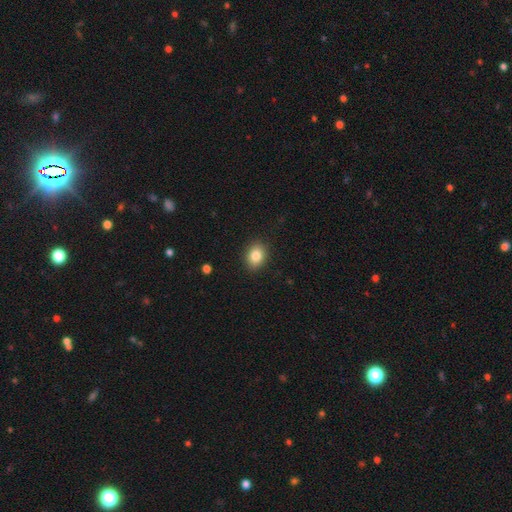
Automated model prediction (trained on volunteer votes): smooth_or_featured: smooth (p=0.84) [alt: star or artifact p=0.09]
how_rounded: in between (p=0.63) [alt: round p=0.36]
merging: none (p=0.89) [alt: minor disturbance p=0.08]